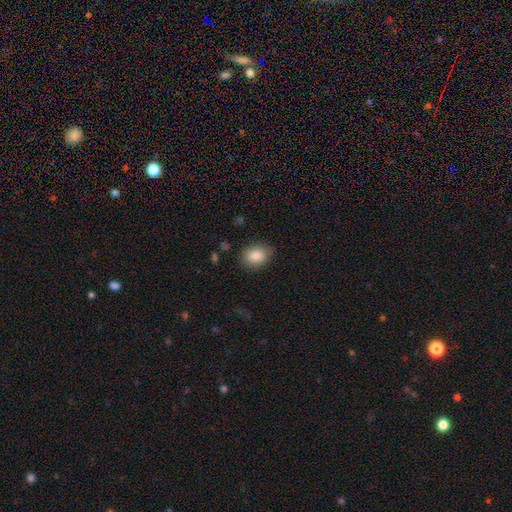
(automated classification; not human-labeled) A smooth galaxy with no disk features (83%) that is in between round and cigar-shaped (60%).

Vote fractions:
- Smooth or featured? smooth: 83% / star or artifact: 8% / featured or disk: 8%
- How rounded? in between: 60% / round: 39% / cigar-shaped: 1%
- Merging? none: 79% / minor disturbance: 16% / major disturbance: 3% / merger: 1%